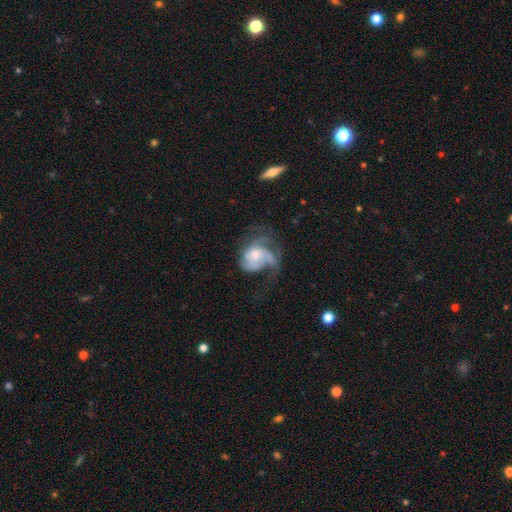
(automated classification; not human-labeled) Morphology: type=featured or disk (71%); edge-on=no (98%); bar=no (71%); spiral arms=yes (83%); winding=medium (40%); arm count=3 (28%); bulge=moderate (50%); merging=major disturbance (48%).